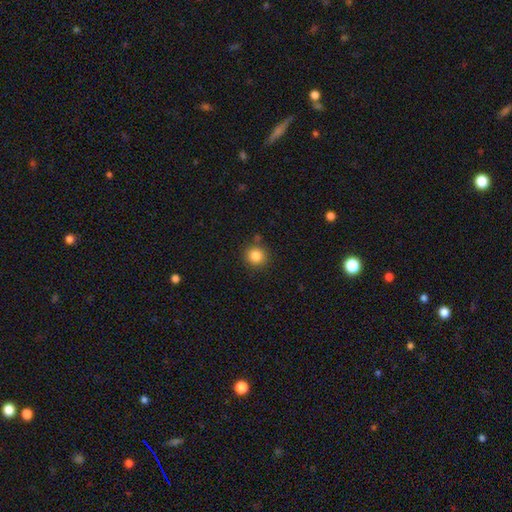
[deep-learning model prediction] smooth_or_featured: smooth (p=0.84) [alt: star or artifact p=0.11]
how_rounded: round (p=0.92) [alt: in between p=0.07]
merging: none (p=0.85) [alt: minor disturbance p=0.08]